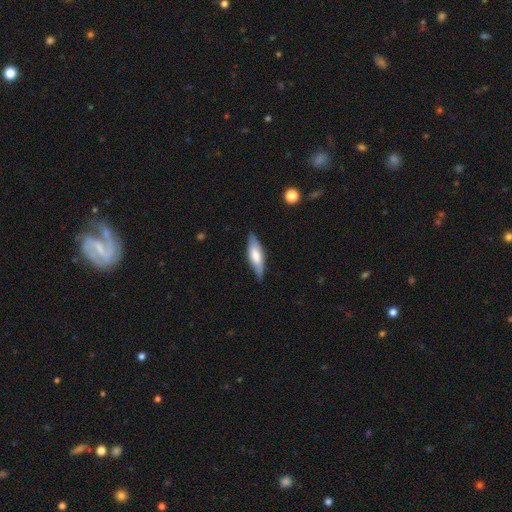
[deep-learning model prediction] Smooth or featured? smooth (58%)
How rounded? in between (50%)
Merging? none (78%)